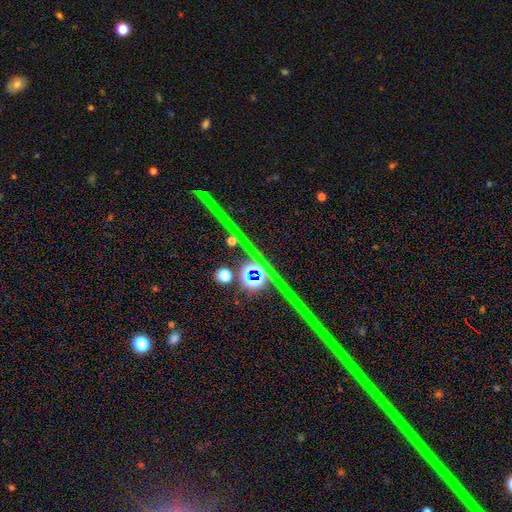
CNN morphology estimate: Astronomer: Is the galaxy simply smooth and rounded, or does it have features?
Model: star or artifact — 82%.